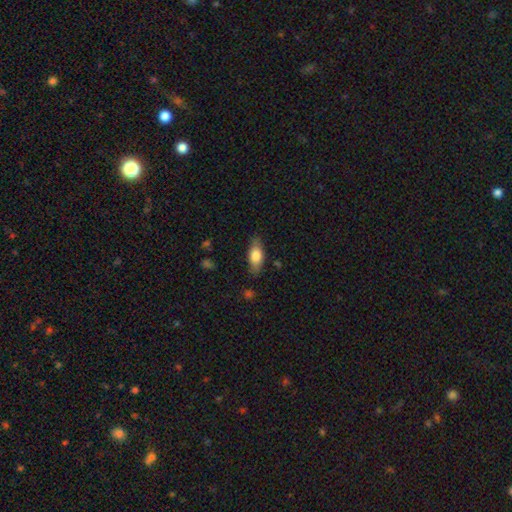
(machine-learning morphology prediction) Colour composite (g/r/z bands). It shows a smooth galaxy with no disk features (74%) that is in between round and cigar-shaped (81%). Merging: none (82%).